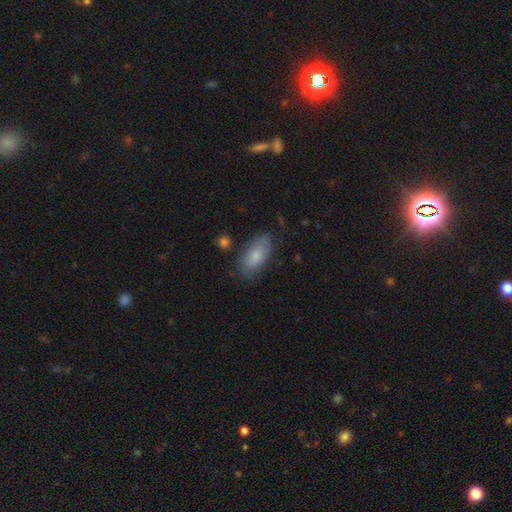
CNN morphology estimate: Smooth or featured? Predicted: smooth (p=0.74). How rounded? Predicted: in between (p=0.91). Merging? Predicted: none (p=0.70).